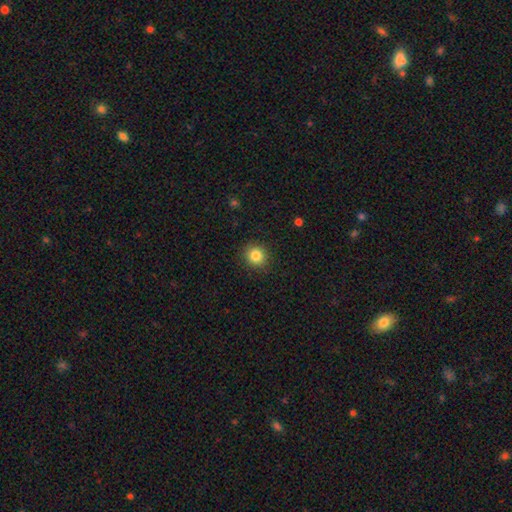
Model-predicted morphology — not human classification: Q: Smooth or featured?
A: smooth (84%); runner-up: star or artifact (11%)
Q: How rounded?
A: round (89%); runner-up: in between (10%)
Q: Merging?
A: none (90%); runner-up: minor disturbance (6%)